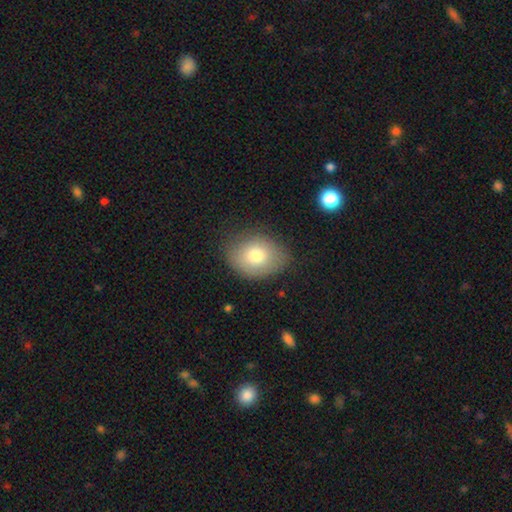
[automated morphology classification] smooth-or-featured: smooth: 77% | featured or disk: 15% | star or artifact: 9%
  how-rounded: in between: 64% | round: 35% | cigar-shaped: 1%
  merging: none: 77% | minor disturbance: 17% | major disturbance: 5% | merger: 1%